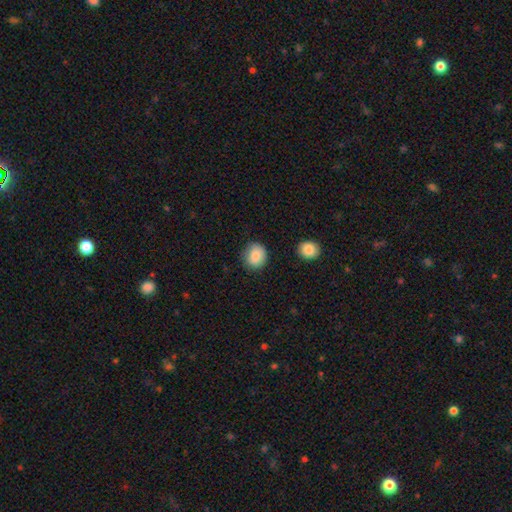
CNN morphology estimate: smooth 86%, star or artifact 8%, featured or disk 6%. Down the decision tree: how rounded — round (75%); merging — none (81%).